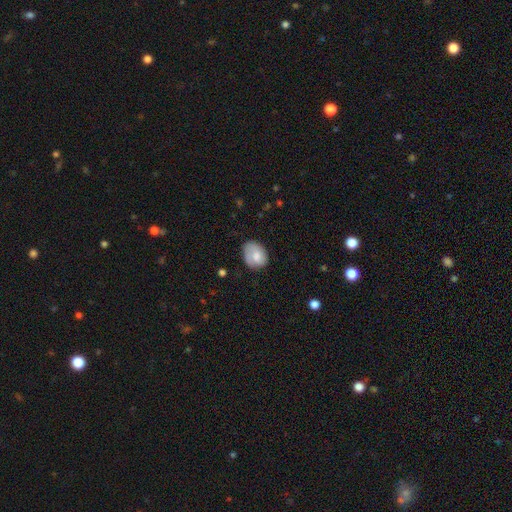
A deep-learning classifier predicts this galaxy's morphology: A smooth galaxy with no disk features (74%) that is in between round and cigar-shaped (61%). Merging: none (57%).